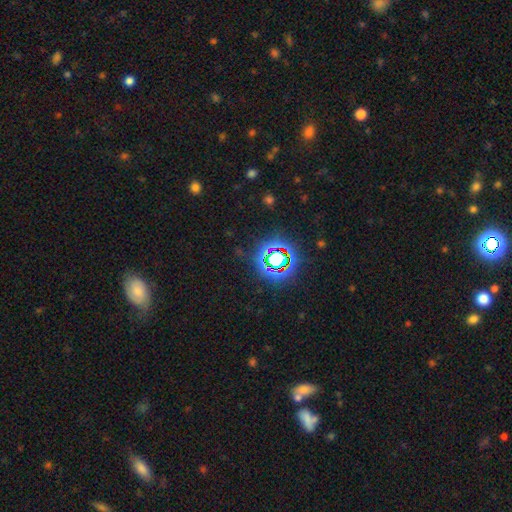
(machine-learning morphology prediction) A star or artifact, not a galaxy (74%).